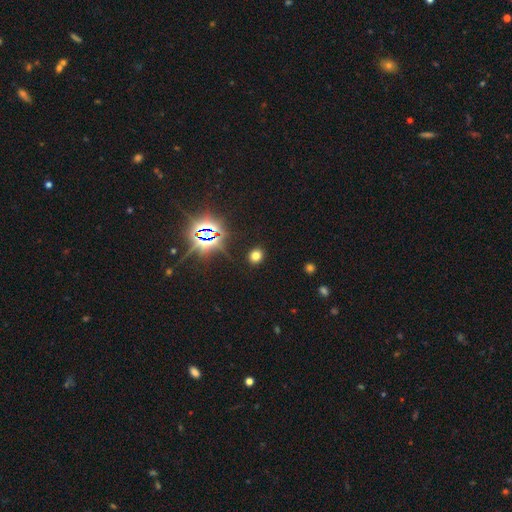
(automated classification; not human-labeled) A smooth galaxy with no disk features (67%) that is round (72%). Merging: none (89%).